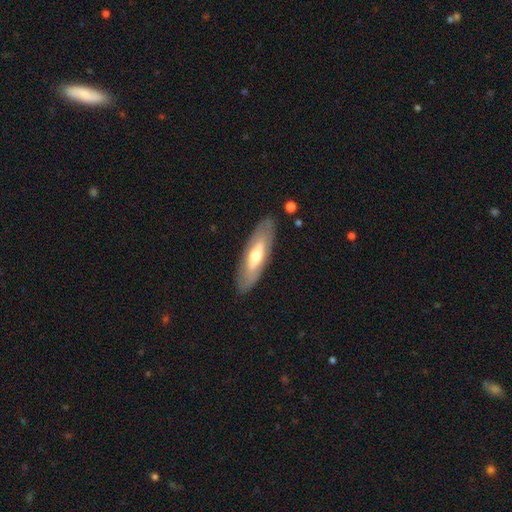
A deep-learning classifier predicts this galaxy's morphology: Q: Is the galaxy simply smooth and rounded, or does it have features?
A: featured or disk — 50%.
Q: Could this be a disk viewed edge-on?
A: no — 63%.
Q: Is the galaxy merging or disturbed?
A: none — 85%.